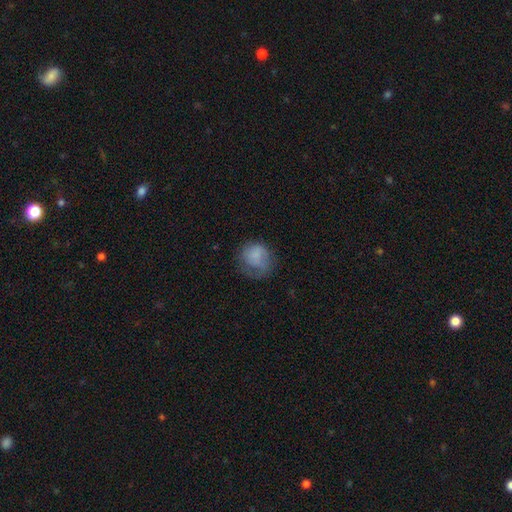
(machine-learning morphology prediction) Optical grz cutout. It shows a smooth galaxy with no disk features (71%) that is round (73%). Merging: none (43%).